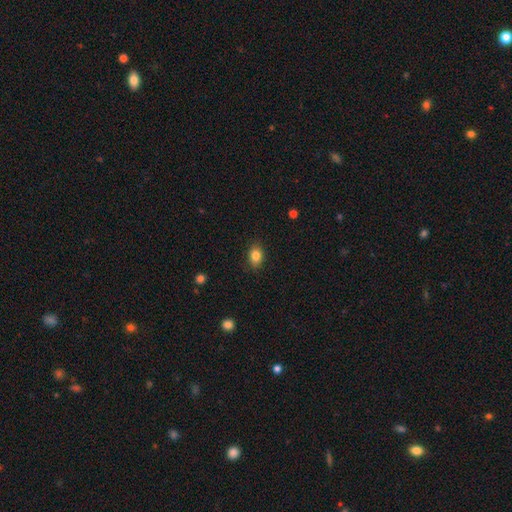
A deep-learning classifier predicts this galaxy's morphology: The model was most divided on "how rounded": in between: 72%, round: 26%, cigar-shaped: 1%. More confident: merging — none (85%); smooth or featured — smooth (84%).